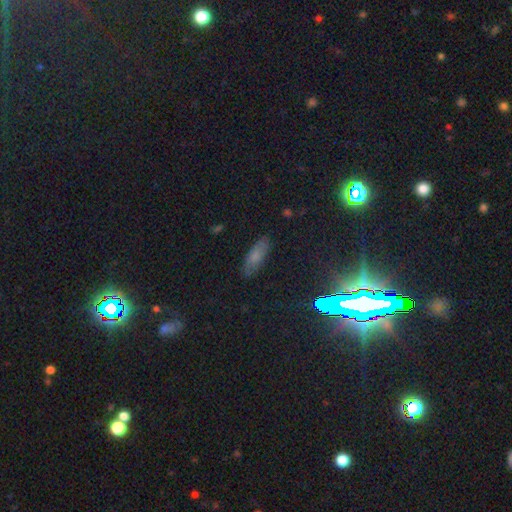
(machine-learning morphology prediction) Smooth or featured: smooth — 64% (star or artifact — 19%)
How rounded: in between — 64% (cigar-shaped — 33%)
Merging: none — 83% (minor disturbance — 12%)